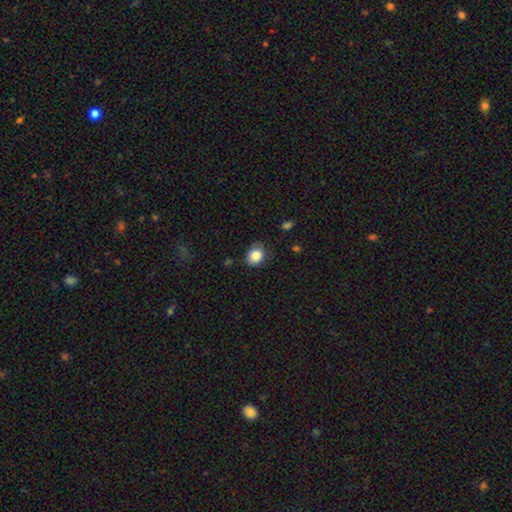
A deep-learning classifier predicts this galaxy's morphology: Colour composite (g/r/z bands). It shows a smooth galaxy with no disk features (85%) that is round (60%). Merging: none (68%).